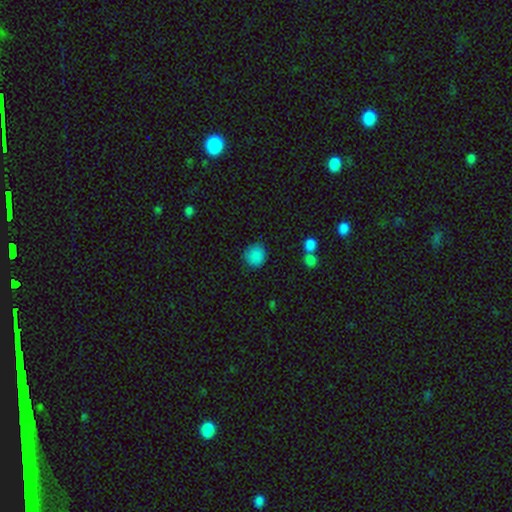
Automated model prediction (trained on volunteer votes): Smooth or featured: smooth — 86% (star or artifact — 10%)
How rounded: round — 86% (in between — 13%)
Merging: none — 83% (minor disturbance — 11%)